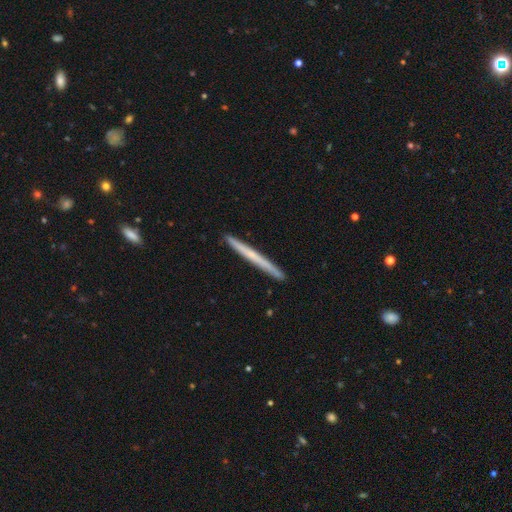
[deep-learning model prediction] A featured or disk galaxy (53%) viewed edge-on (97%) with no central bulge (71%). Merging: none (91%).